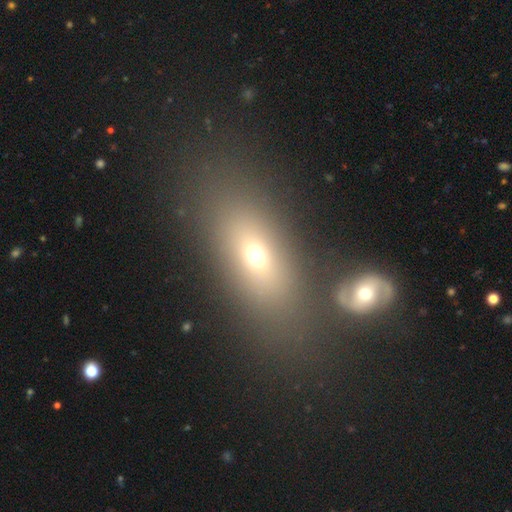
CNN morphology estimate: This is likely a smooth galaxy (61%). How rounded: likely in between (75%). Merging: likely none (72%).